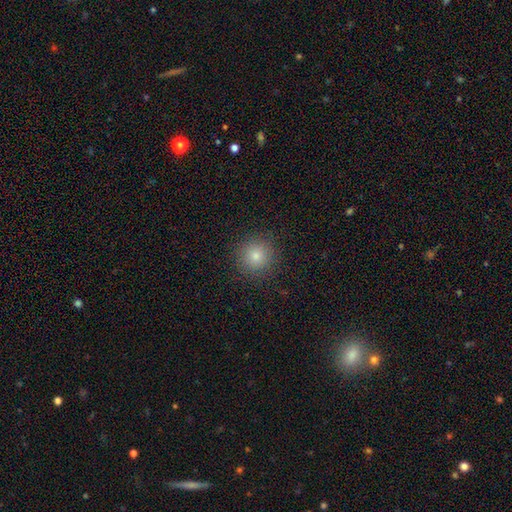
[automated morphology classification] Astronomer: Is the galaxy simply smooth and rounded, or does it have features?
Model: smooth — 79%.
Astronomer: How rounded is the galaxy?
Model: round — 95%.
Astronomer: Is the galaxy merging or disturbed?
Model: none — 92%.